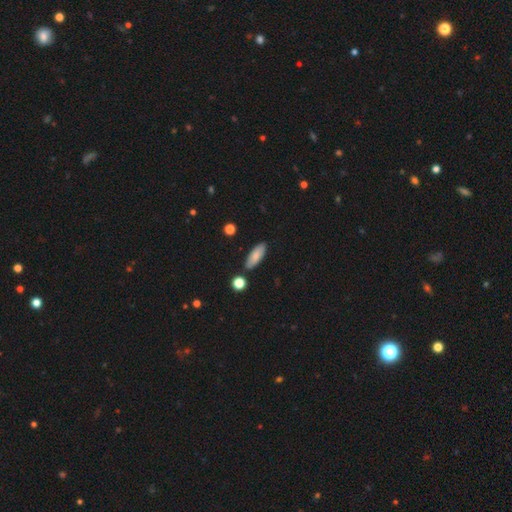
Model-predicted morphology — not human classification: Smooth or featured? smooth (83%)
How rounded? in between (69%)
Merging? none (85%)